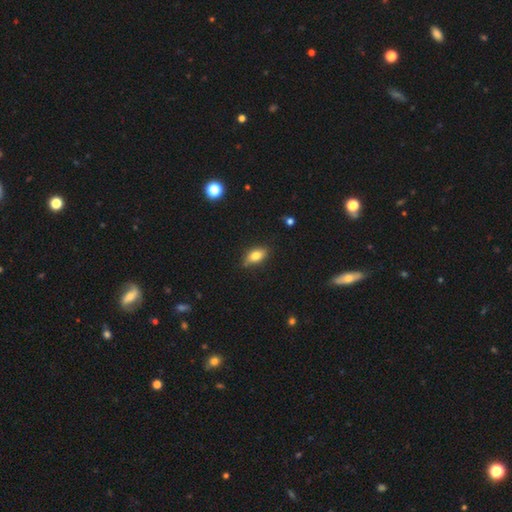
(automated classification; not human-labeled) Smooth or featured? smooth (76%)
How rounded? in between (86%)
Merging? none (77%)